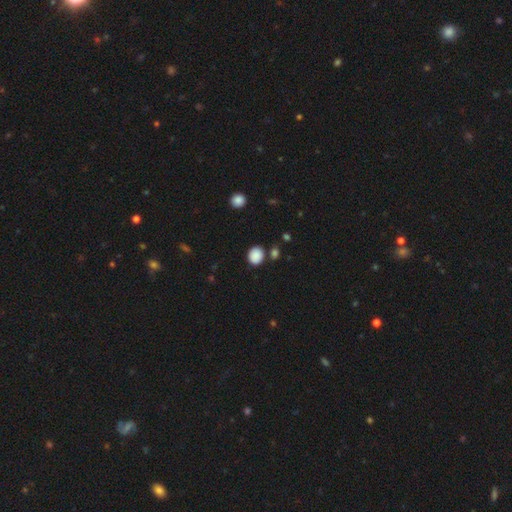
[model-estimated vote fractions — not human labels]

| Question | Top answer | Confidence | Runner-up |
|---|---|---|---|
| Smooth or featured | smooth | 87% | star or artifact (9%) |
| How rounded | round | 73% | in between (26%) |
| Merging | none | 82% | minor disturbance (9%) |